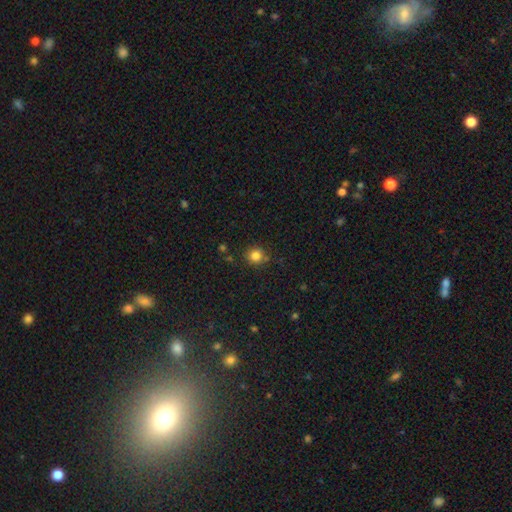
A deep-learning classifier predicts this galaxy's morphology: A smooth galaxy with no disk features (82%) that is round (92%).

Vote fractions:
- Smooth or featured? smooth: 82% / star or artifact: 13% / featured or disk: 5%
- How rounded? round: 92% / in between: 7% / cigar-shaped: 1%
- Merging? none: 84% / minor disturbance: 9% / merger: 5% / major disturbance: 3%